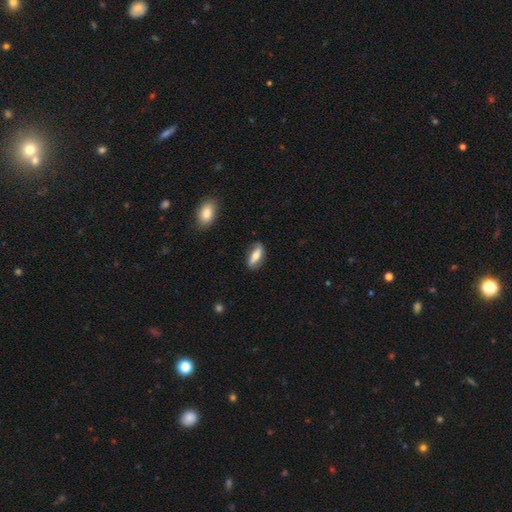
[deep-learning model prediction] Q: Smooth or featured?
A: smooth (62%); runner-up: featured or disk (32%)
Q: How rounded?
A: in between (75%); runner-up: cigar-shaped (22%)
Q: Merging?
A: none (77%); runner-up: minor disturbance (17%)